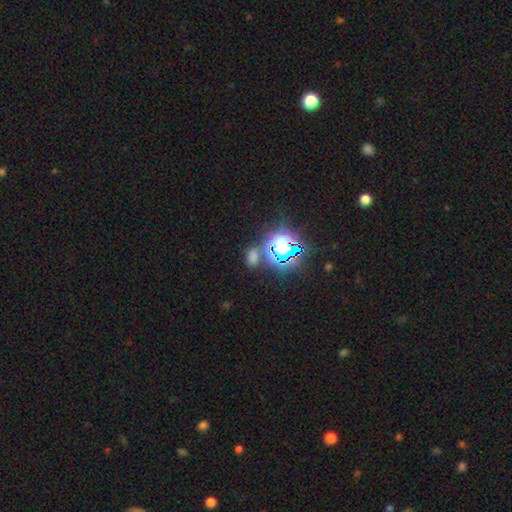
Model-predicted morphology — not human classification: Smooth or featured: star or artifact — 63% (smooth — 29%)